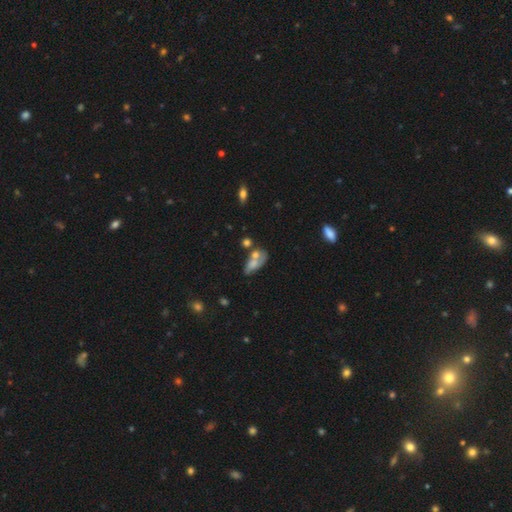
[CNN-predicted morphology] A smooth galaxy with no disk features (43%). Merging: none (46%).